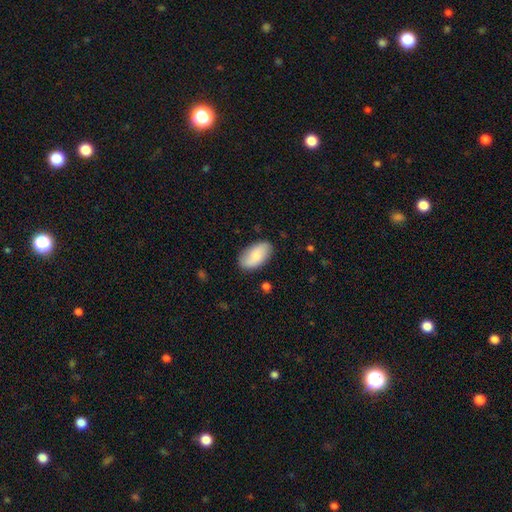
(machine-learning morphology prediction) A smooth galaxy with no disk features (73%) that is in between round and cigar-shaped (94%).

Vote fractions:
- Smooth or featured? smooth: 73% / featured or disk: 21% / star or artifact: 6%
- How rounded? in between: 94% / round: 3% / cigar-shaped: 2%
- Merging? none: 84% / minor disturbance: 12% / major disturbance: 3% / merger: 1%